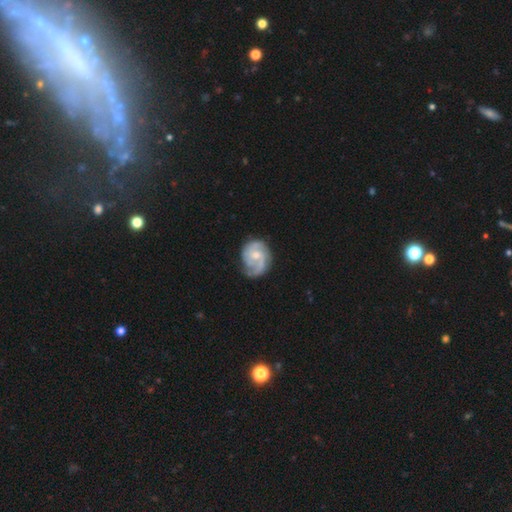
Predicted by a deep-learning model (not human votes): A featured or disk galaxy (80%) with no bar (62%), 2 (54%) medium (44%) spiral arms (93%) and a moderate central bulge (49%).

Vote fractions:
- Smooth or featured? featured or disk: 80% / smooth: 15% / star or artifact: 5%
- Edge-on disk? no: 98% / yes: 2%
- Bar? no: 62% / weak: 33% / strong: 4%
- Spiral arms? yes: 93% / no: 7%
- Spiral winding? medium: 44% / tight: 39% / loose: 17%
- Spiral arm count? 2: 54% / can't tell: 17% / 3: 16% / 1: 7% / 4: 3% / more than 4: 3%
- Bulge size? moderate: 49% / small: 44% / none: 3% / large: 2% / dominant: 1%
- Merging? none: 60% / minor disturbance: 26% / major disturbance: 11% / merger: 2%